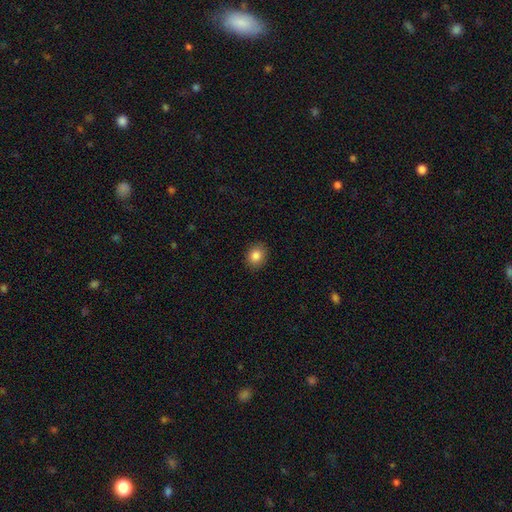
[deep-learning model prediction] This is clearly a smooth galaxy (84%). How rounded: possibly round (59%). Merging: clearly none (90%).